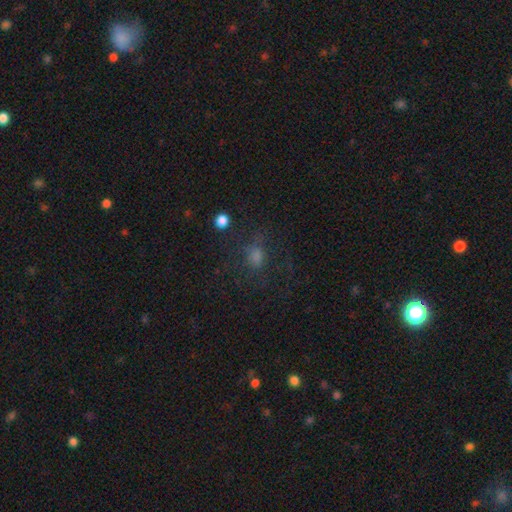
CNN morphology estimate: A smooth galaxy with no disk features (63%) that is round (53%). Merging: none (57%).